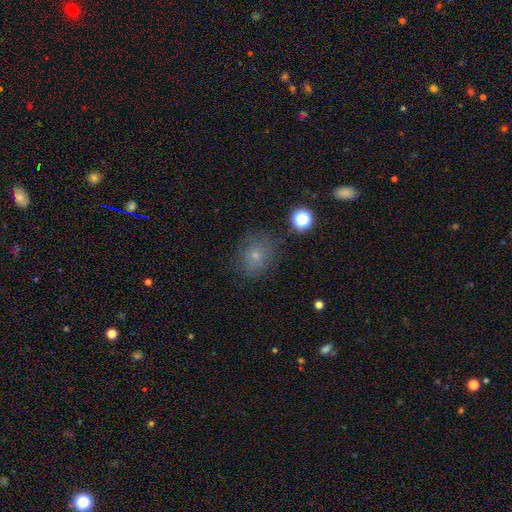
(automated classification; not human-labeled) A smooth galaxy with no disk features (68%) that is round (70%).

Vote fractions:
- Smooth or featured? smooth: 68% / star or artifact: 17% / featured or disk: 15%
- How rounded? round: 70% / in between: 29% / cigar-shaped: 1%
- Merging? none: 75% / minor disturbance: 16% / major disturbance: 7% / merger: 2%